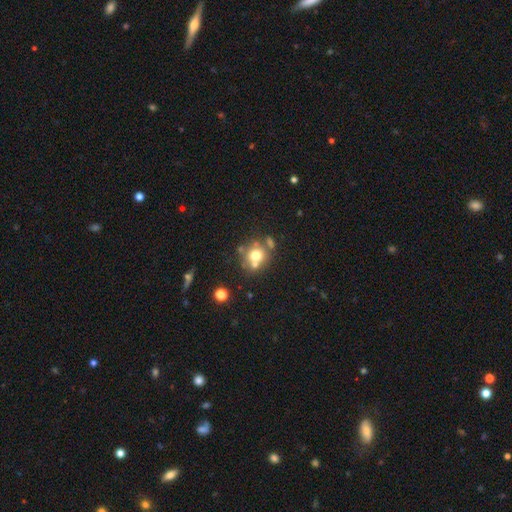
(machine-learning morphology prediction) This appears to be a smooth galaxy with no disk features (66%) that is round (83%). Merging: none (56%).